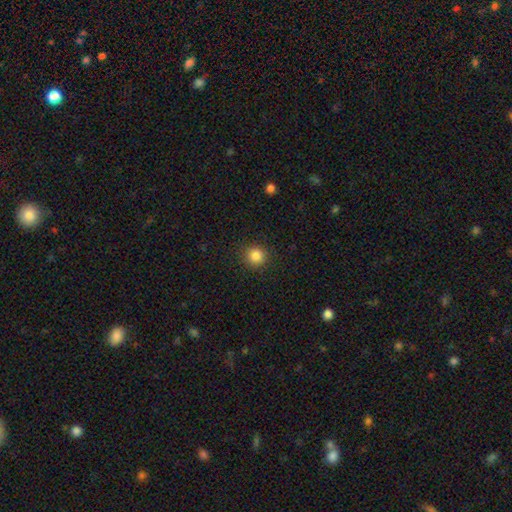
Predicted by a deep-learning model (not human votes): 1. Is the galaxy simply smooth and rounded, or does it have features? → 85% smooth, 11% star or artifact, 4% featured or disk.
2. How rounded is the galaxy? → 93% round, 6% in between, 1% cigar-shaped.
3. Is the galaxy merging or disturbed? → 90% none, 6% minor disturbance, 2% major disturbance, 1% merger.